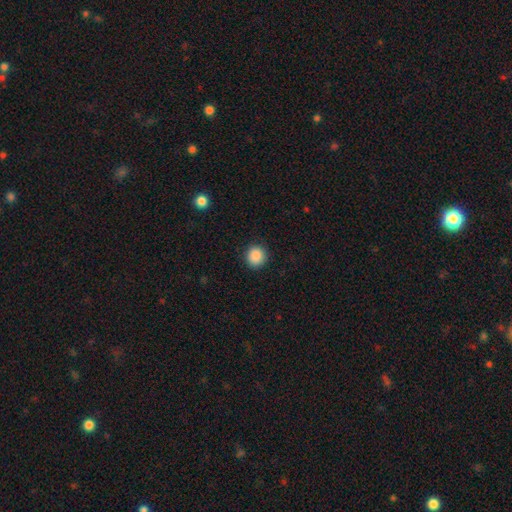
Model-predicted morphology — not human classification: smooth-or-featured: smooth: 88% | star or artifact: 9% | featured or disk: 3%
  how-rounded: round: 91% | in between: 8% | cigar-shaped: 1%
  merging: none: 90% | minor disturbance: 6% | major disturbance: 2% | merger: 1%